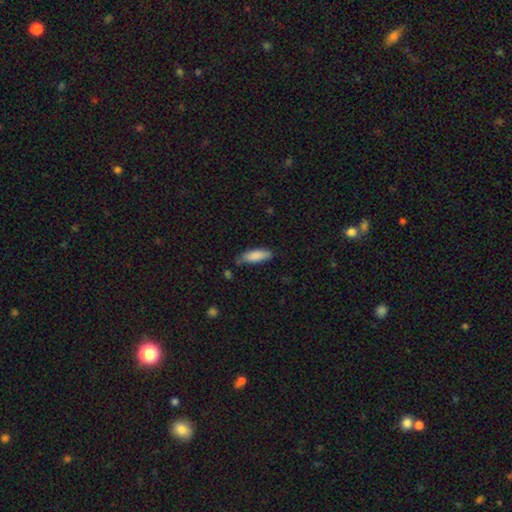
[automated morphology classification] Smooth or featured: smooth — 86% (featured or disk — 8%)
How rounded: in between — 59% (cigar-shaped — 40%)
Merging: none — 71% (minor disturbance — 21%)